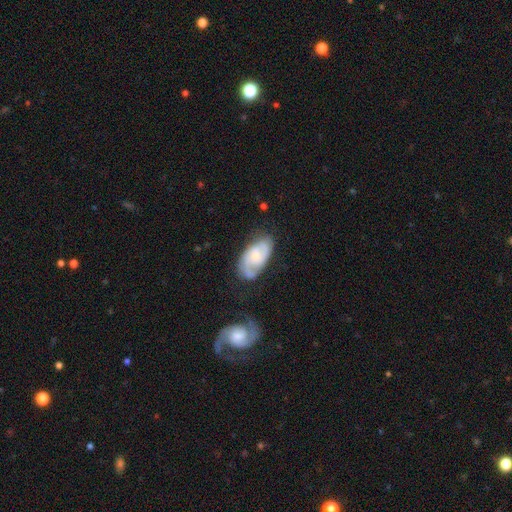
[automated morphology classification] A featured or disk galaxy (74%) with no bar (62%), 2 (75%) tight (46%) spiral arms (93%) and a small central bulge (55%).

Vote fractions:
- Smooth or featured? featured or disk: 74% / smooth: 20% / star or artifact: 6%
- Edge-on disk? no: 95% / yes: 5%
- Bar? no: 62% / weak: 32% / strong: 6%
- Spiral arms? yes: 93% / no: 7%
- Spiral winding? tight: 46% / medium: 42% / loose: 12%
- Spiral arm count? 2: 75% / can't tell: 13% / 3: 6% / 1: 3% / 4: 1% / more than 4: 1%
- Bulge size? small: 55% / moderate: 38% / none: 4% / large: 2% / dominant: 1%
- Merging? none: 64% / minor disturbance: 21% / merger: 8% / major disturbance: 7%